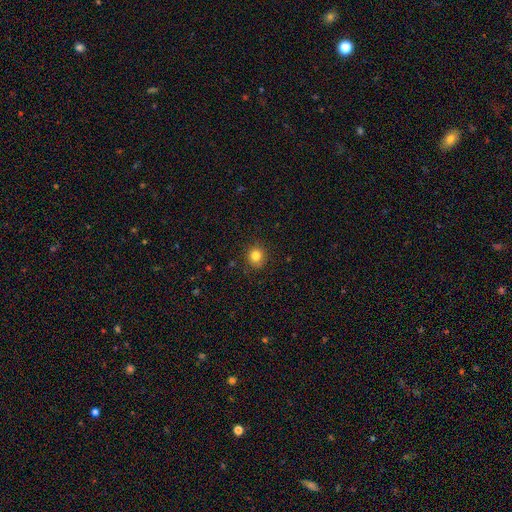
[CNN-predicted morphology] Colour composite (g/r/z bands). It shows a smooth galaxy with no disk features (82%) that is round (91%). Merging: none (89%).